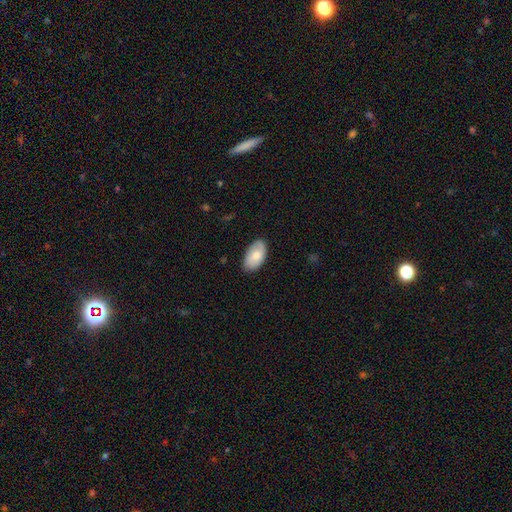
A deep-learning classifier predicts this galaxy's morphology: smooth 78%, featured or disk 17%, star or artifact 6%. Down the decision tree: how rounded — in between (95%); merging — none (80%).